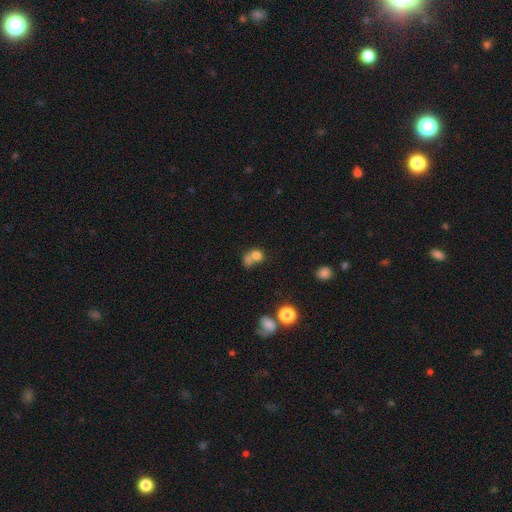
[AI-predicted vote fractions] Smooth or featured? Predicted: smooth (p=0.73). How rounded? Predicted: round (p=0.65). Merging? Predicted: merger (p=0.53).